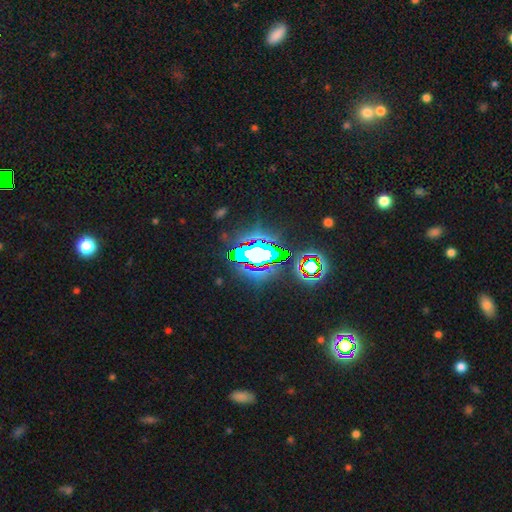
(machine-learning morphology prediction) The model was most divided on "smooth or featured": star or artifact: 78%, featured or disk: 12%, smooth: 11%.